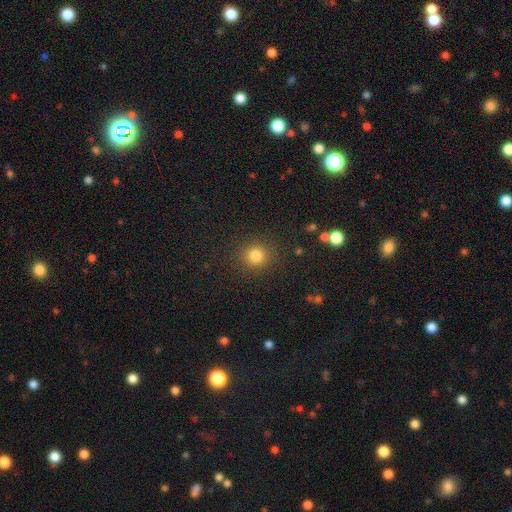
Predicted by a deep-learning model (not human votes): A smooth galaxy with no disk features (81%) that is round (89%). Merging: none (89%).